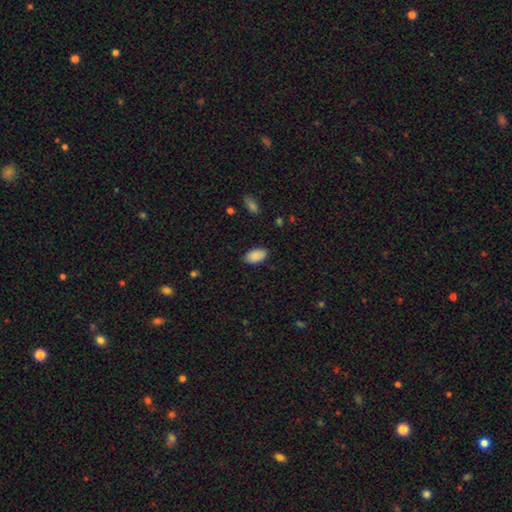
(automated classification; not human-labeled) Overall: smooth (89%). How rounded: in between (94%). Merging: none (85%).